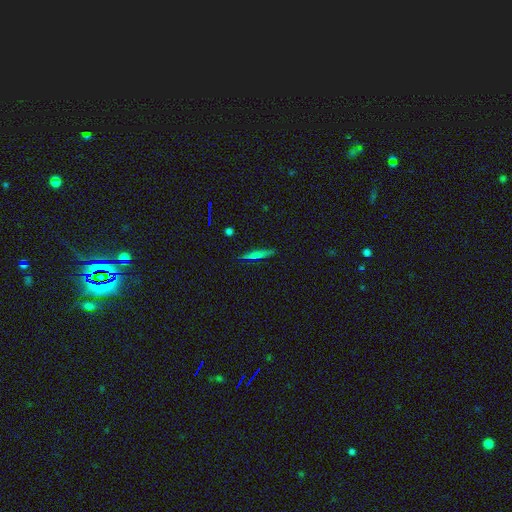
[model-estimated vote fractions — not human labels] Overall: smooth (62%; featured or disk 27%). How rounded: cigar-shaped (90%). Merging: none (87%).